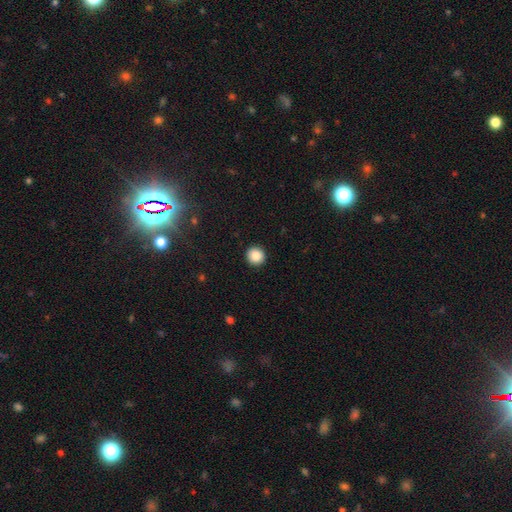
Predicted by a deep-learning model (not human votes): Smooth or featured: smooth — 87% (star or artifact — 9%)
How rounded: round — 95% (in between — 4%)
Merging: none — 93% (minor disturbance — 4%)